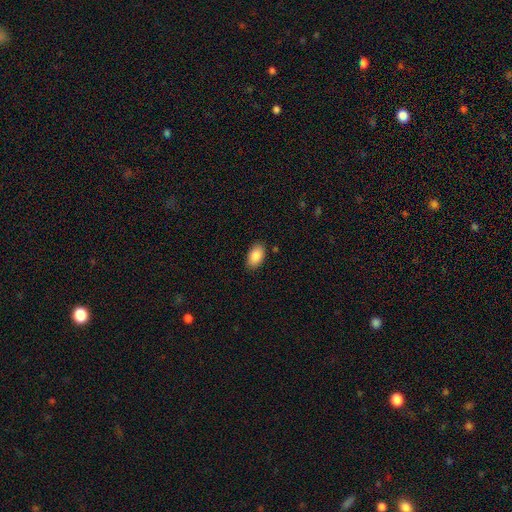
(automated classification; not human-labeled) This is clearly a smooth galaxy (87%). How rounded: clearly in between (93%). Merging: clearly none (86%).